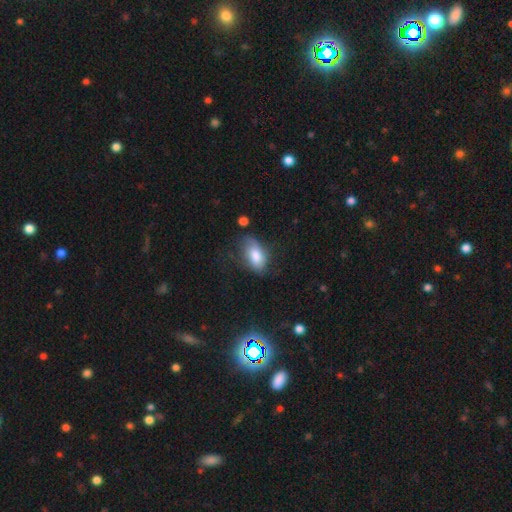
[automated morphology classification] A smooth galaxy with no disk features (77%) that is in between round and cigar-shaped (91%).

Vote fractions:
- Smooth or featured? smooth: 77% / featured or disk: 16% / star or artifact: 7%
- How rounded? in between: 91% / round: 5% / cigar-shaped: 4%
- Merging? none: 54% / minor disturbance: 30% / major disturbance: 13% / merger: 3%